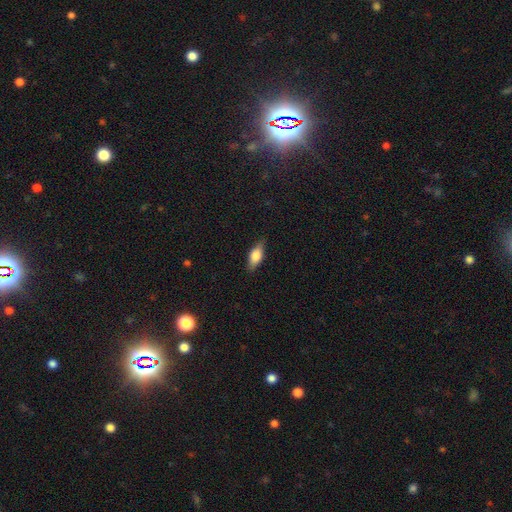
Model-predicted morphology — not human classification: smooth-or-featured: smooth: 71% | featured or disk: 22% | star or artifact: 7%
  how-rounded: in between: 79% | cigar-shaped: 17% | round: 5%
  merging: none: 81% | minor disturbance: 15% | major disturbance: 3% | merger: 1%